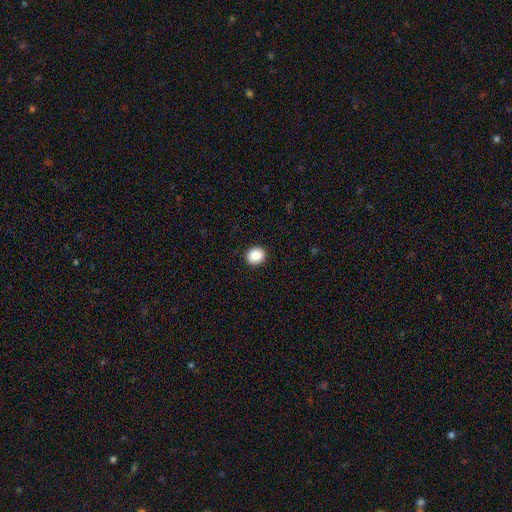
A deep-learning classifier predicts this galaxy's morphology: The model was most divided on "how rounded": round: 76%, in between: 23%, cigar-shaped: 1%. More confident: merging — none (92%); smooth or featured — smooth (87%).